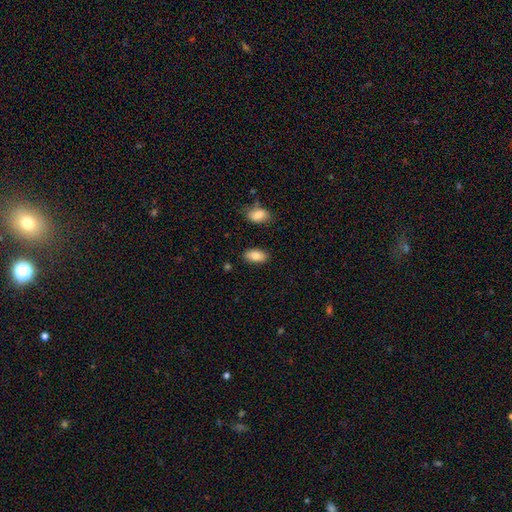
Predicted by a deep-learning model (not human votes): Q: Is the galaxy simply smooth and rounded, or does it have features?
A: smooth — 85%.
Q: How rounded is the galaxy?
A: in between — 93%.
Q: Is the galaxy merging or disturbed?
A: none — 85%.